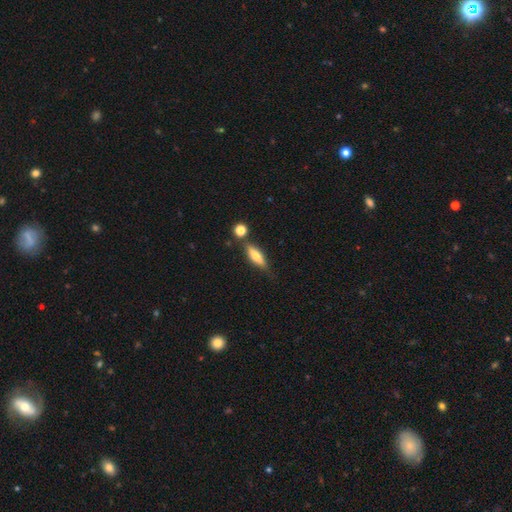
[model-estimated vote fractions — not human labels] smooth-or-featured: smooth: 59% | featured or disk: 34% | star or artifact: 7%
  how-rounded: cigar-shaped: 52% | in between: 45% | round: 3%
  merging: none: 69% | minor disturbance: 17% | merger: 9% | major disturbance: 5%